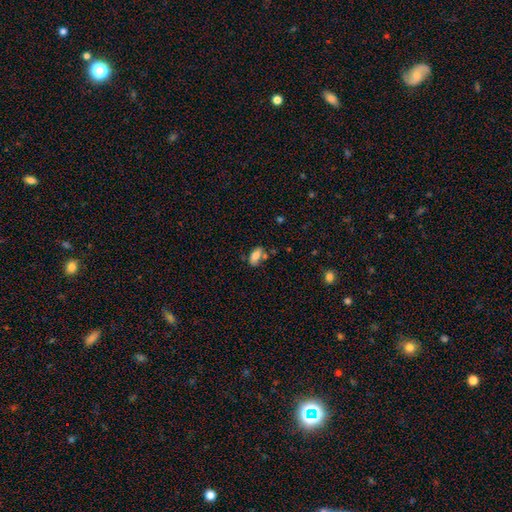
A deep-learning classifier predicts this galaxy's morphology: A smooth galaxy with no disk features (76%) that is in between round and cigar-shaped (88%). Merging: none (57%).